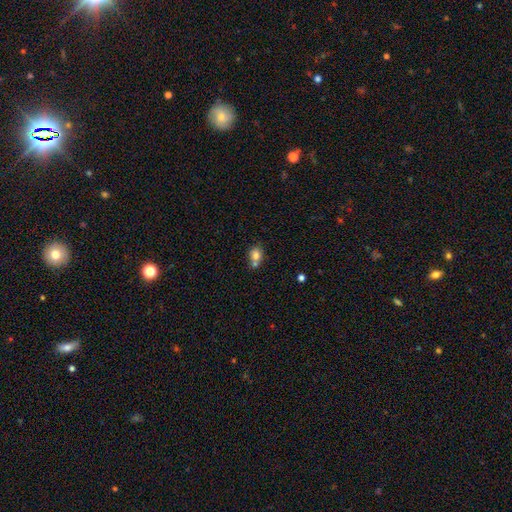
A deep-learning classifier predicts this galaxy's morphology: This is likely a smooth galaxy (79%). How rounded: likely round (61%). Merging: marginally none (44%).